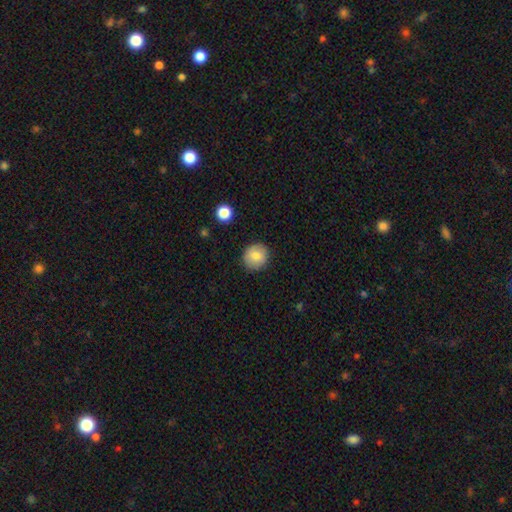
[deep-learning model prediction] smooth_or_featured: smooth (p=0.81) [alt: featured or disk p=0.10]
how_rounded: round (p=0.88) [alt: in between p=0.11]
merging: none (p=0.88) [alt: minor disturbance p=0.08]